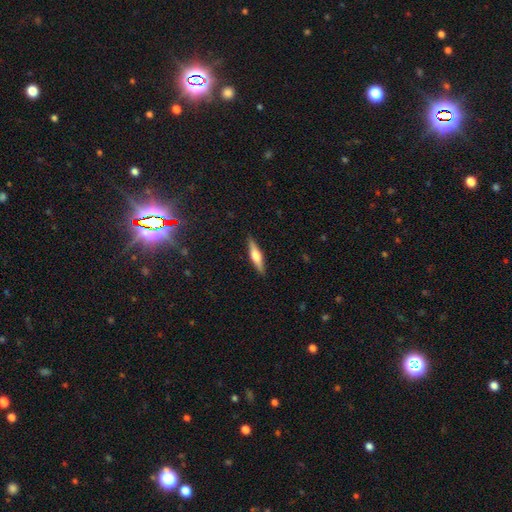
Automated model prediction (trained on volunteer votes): The model was most divided on "smooth or featured": featured or disk: 51%, smooth: 43%, star or artifact: 6%. More confident: edge-on disk — yes (95%); merging — none (89%).